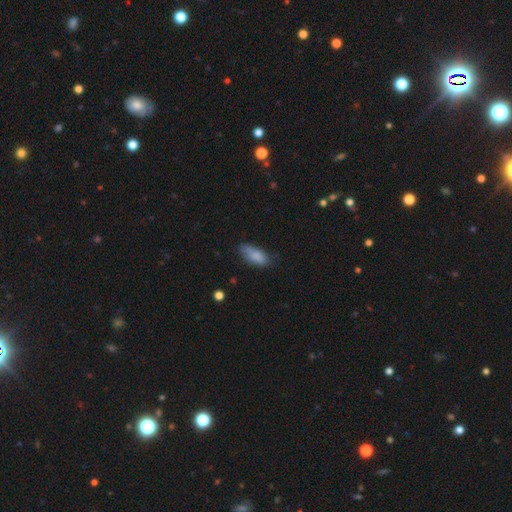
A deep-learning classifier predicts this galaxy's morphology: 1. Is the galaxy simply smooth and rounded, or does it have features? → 82% smooth, 10% featured or disk, 8% star or artifact.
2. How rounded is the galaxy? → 82% in between, 15% cigar-shaped, 2% round.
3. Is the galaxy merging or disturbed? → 60% none, 30% minor disturbance, 8% major disturbance, 2% merger.